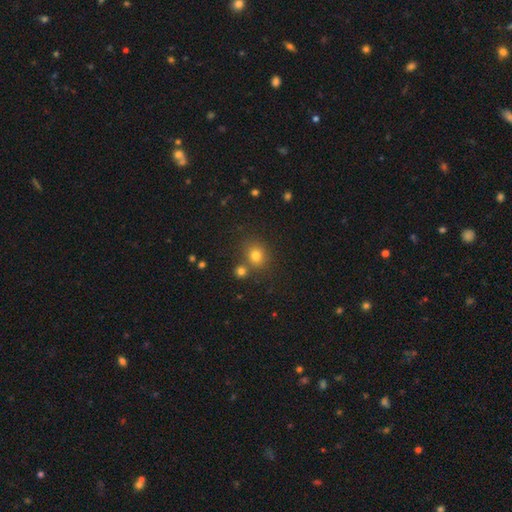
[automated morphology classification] Smooth or featured? smooth (77%)
How rounded? round (77%)
Merging? none (71%)